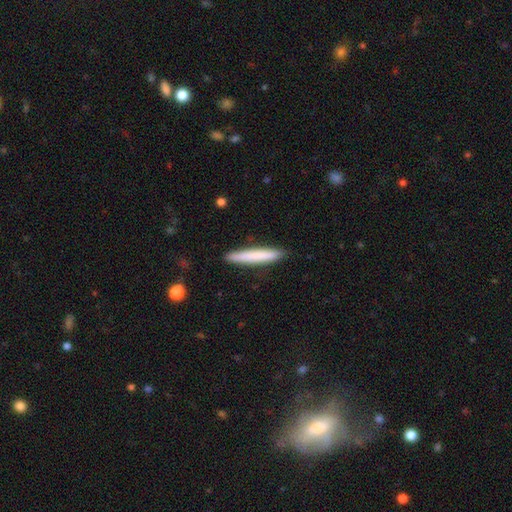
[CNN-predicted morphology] A smooth galaxy with no disk features (76%) that is cigar-shaped (94%). Merging: none (88%).